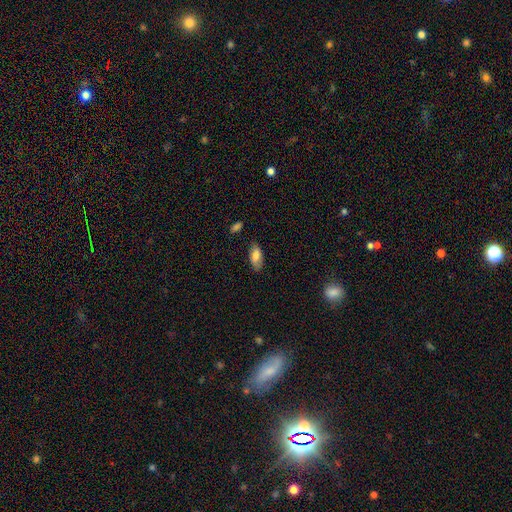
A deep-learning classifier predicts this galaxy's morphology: smooth-or-featured: smooth: 79% | featured or disk: 14% | star or artifact: 7%
  how-rounded: in between: 87% | cigar-shaped: 11% | round: 2%
  merging: none: 79% | minor disturbance: 16% | major disturbance: 3% | merger: 2%